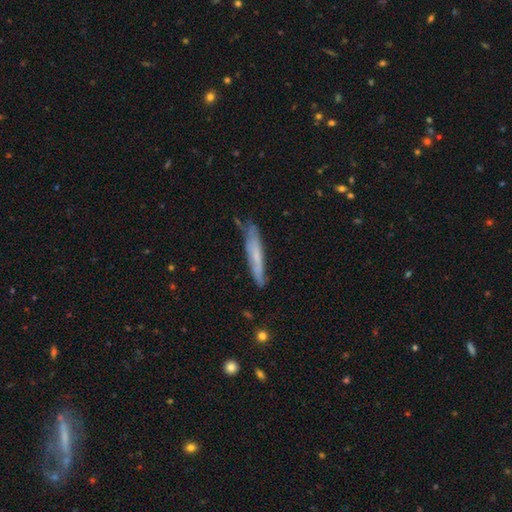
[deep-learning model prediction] Morphology: type=smooth (50%); merging=none (70%).